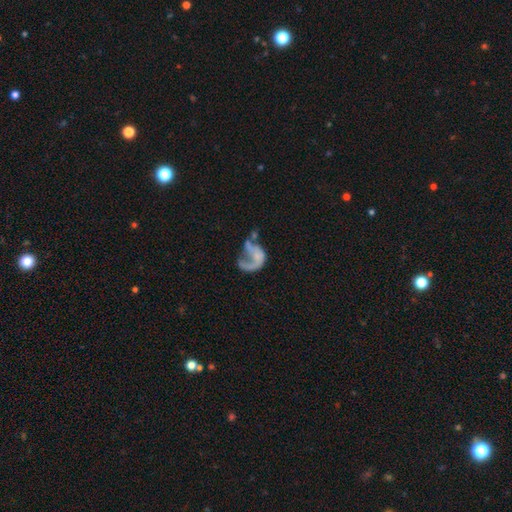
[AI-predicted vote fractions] featured or disk 62%, smooth 29%, star or artifact 10%. Down the decision tree: edge-on disk — no (98%); bar — no (82%); spiral arms — yes (50%, tied with no); bulge size — none (61%); merging — major disturbance (48%).